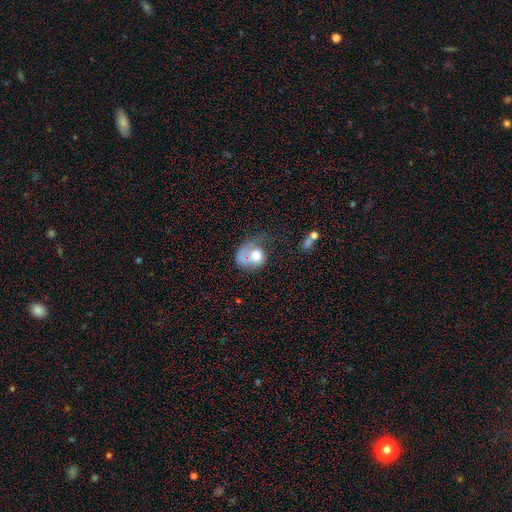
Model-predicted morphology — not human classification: Q: Smooth or featured?
A: featured or disk (48%); runner-up: smooth (45%)
Q: Merging?
A: major disturbance (38%); runner-up: none (27%)